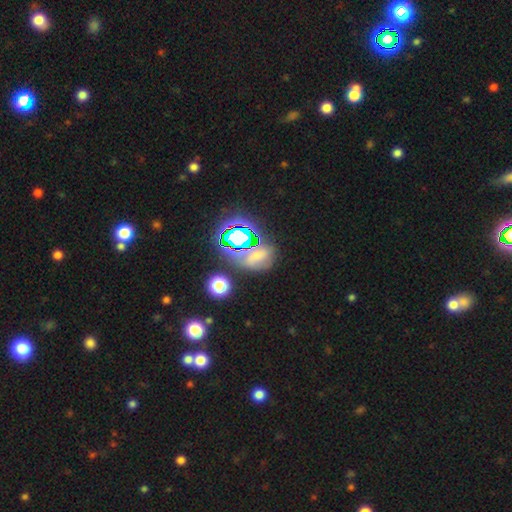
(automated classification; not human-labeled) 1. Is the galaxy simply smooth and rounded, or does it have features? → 41% star or artifact, 39% smooth, 20% featured or disk.